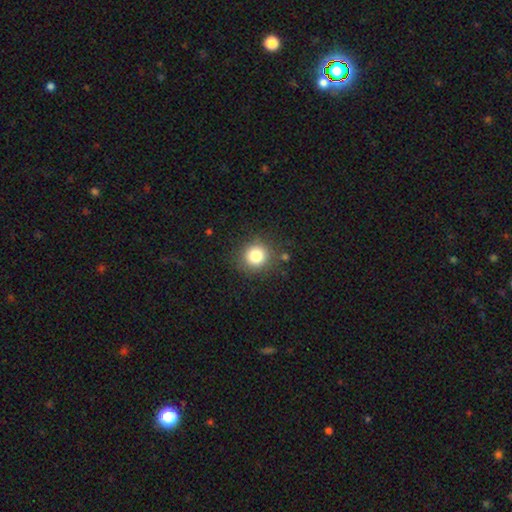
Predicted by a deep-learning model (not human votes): Smooth or featured?
  - smooth: 81% *
  - star or artifact: 12%
  - featured or disk: 7%
How rounded?
  - round: 91% *
  - in between: 8%
  - cigar-shaped: 1%
Merging?
  - none: 85% *
  - minor disturbance: 9%
  - major disturbance: 4%
  - merger: 2%